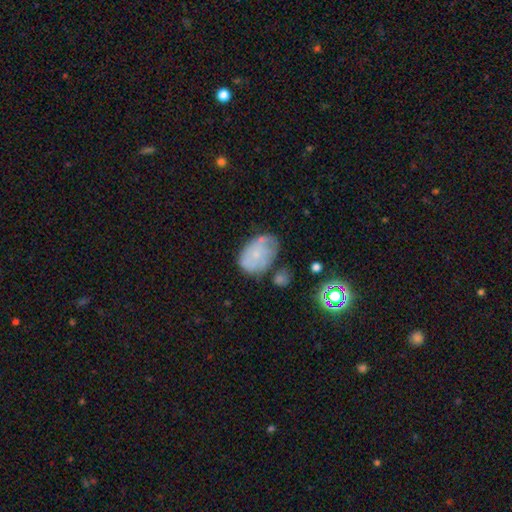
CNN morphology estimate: Smooth or featured?
  - smooth: 51% *
  - featured or disk: 41%
  - star or artifact: 9%
How rounded?
  - in between: 82% *
  - round: 17%
  - cigar-shaped: 1%
Merging?
  - none: 44% *
  - minor disturbance: 32%
  - major disturbance: 14%
  - merger: 10%